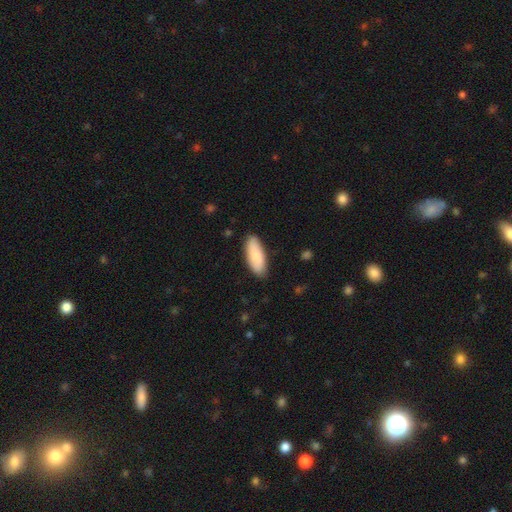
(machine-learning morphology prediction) This is clearly a smooth galaxy (83%). How rounded: likely in between (75%). Merging: clearly none (86%).